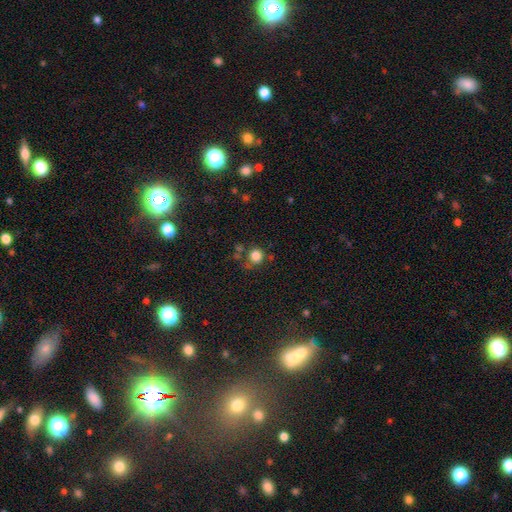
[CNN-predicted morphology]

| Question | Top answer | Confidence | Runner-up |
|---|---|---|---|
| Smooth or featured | smooth | 82% | star or artifact (13%) |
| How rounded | round | 91% | in between (8%) |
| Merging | none | 68% | minor disturbance (14%) |